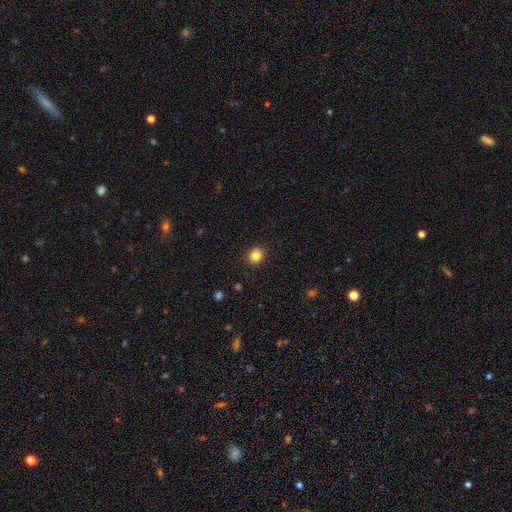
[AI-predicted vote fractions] The model was most divided on "how rounded": round: 80%, in between: 19%, cigar-shaped: 1%. More confident: merging — none (90%); smooth or featured — smooth (85%).